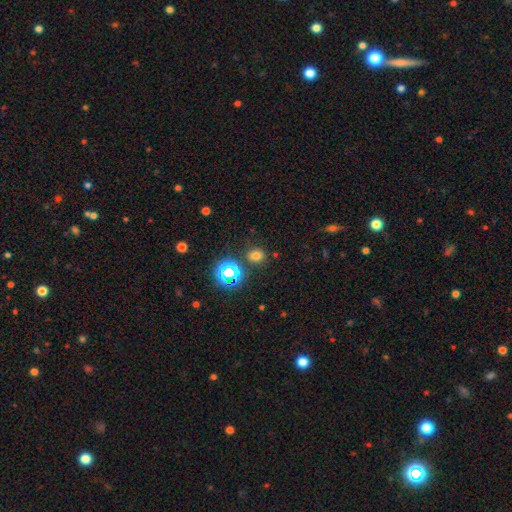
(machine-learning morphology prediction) Smooth or featured: smooth — 66% (star or artifact — 27%)
How rounded: round — 61% (in between — 38%)
Merging: none — 82% (minor disturbance — 10%)